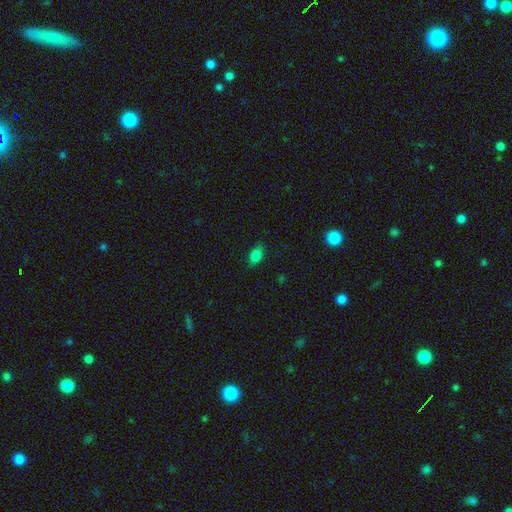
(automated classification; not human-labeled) Smooth or featured: smooth — 81% (star or artifact — 11%)
How rounded: in between — 85% (round — 11%)
Merging: none — 83% (minor disturbance — 13%)